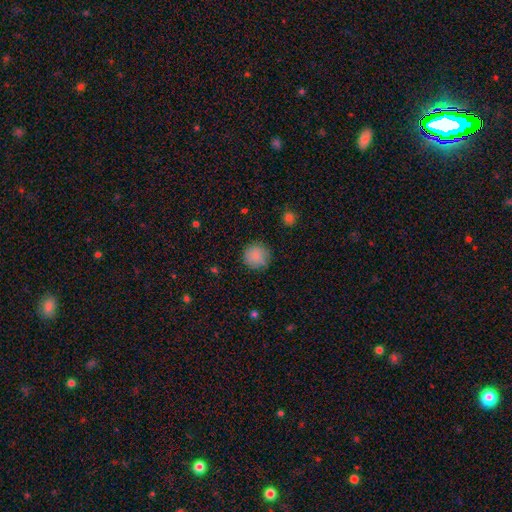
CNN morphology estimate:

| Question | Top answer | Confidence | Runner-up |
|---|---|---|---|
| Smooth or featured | smooth | 85% | star or artifact (9%) |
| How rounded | round | 93% | in between (6%) |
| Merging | none | 81% | minor disturbance (14%) |